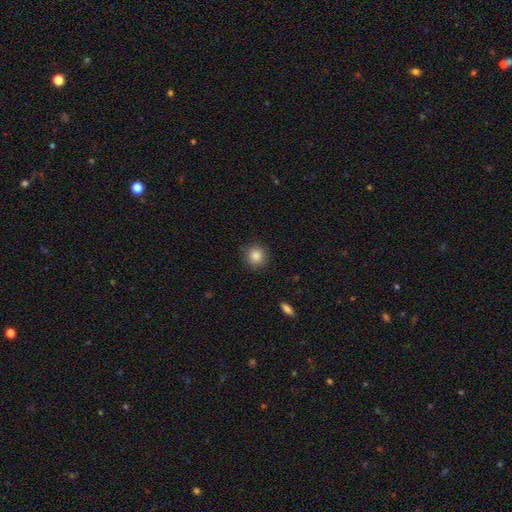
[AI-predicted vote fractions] smooth-or-featured: smooth: 86% | star or artifact: 10% | featured or disk: 5%
  how-rounded: round: 90% | in between: 9% | cigar-shaped: 1%
  merging: none: 88% | minor disturbance: 8% | major disturbance: 2% | merger: 1%